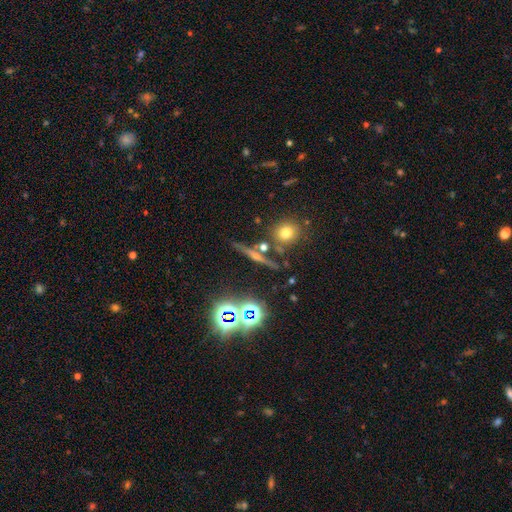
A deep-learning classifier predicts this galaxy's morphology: Smooth or featured?
  - featured or disk: 50% *
  - star or artifact: 26%
  - smooth: 23%
Edge-on disk?
  - yes: 91% *
  - no: 9%
Merging?
  - none: 79% *
  - minor disturbance: 10%
  - merger: 7%
  - major disturbance: 4%